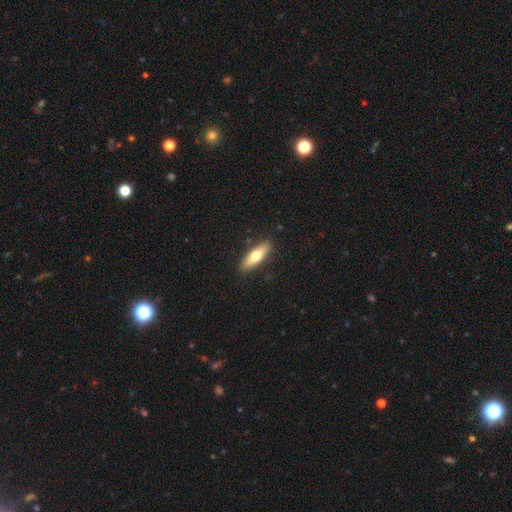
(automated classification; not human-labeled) Smooth or featured? smooth (68%)
How rounded? in between (52%)
Merging? none (88%)